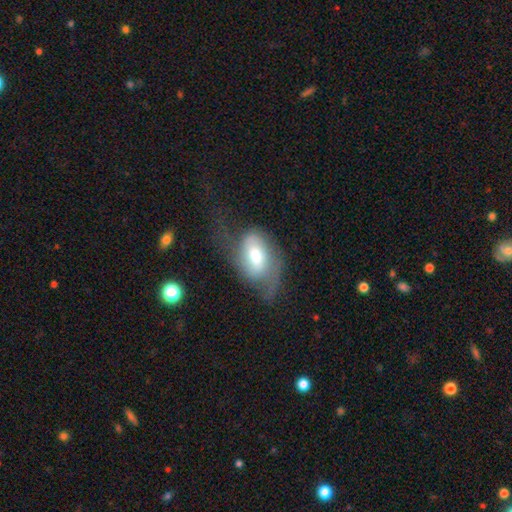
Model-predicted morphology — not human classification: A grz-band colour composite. It shows a smooth galaxy with no disk features (49%). Merging: major disturbance (41%).